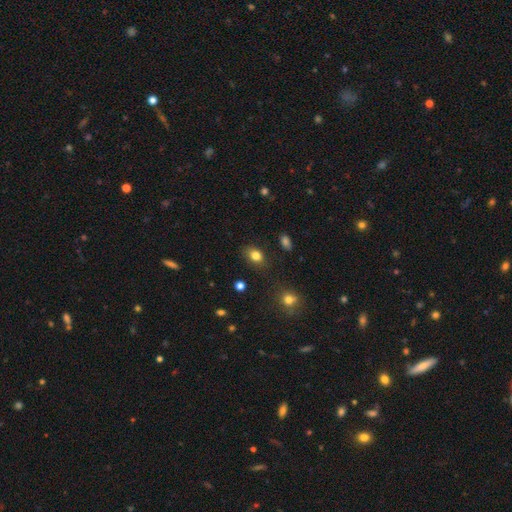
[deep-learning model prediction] Morphology: type=smooth (82%); roundness=in between (71%); merging=none (80%).